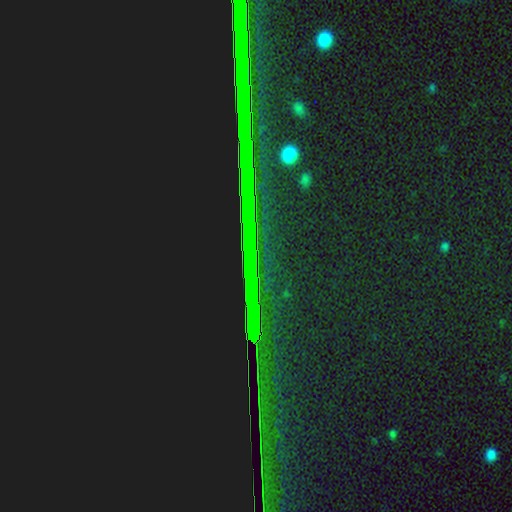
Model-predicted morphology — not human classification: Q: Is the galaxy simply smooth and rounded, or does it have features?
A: star or artifact — 87%.